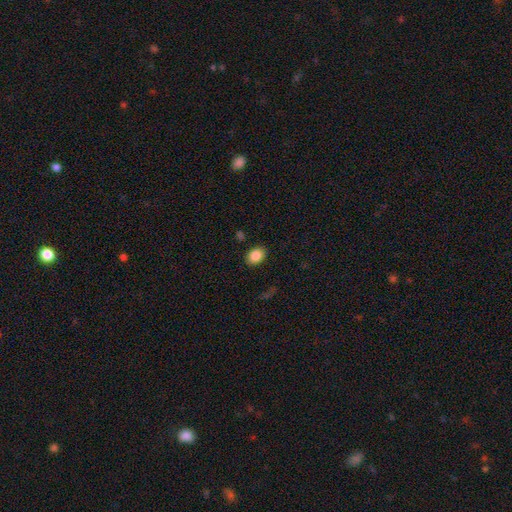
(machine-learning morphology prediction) A smooth galaxy with no disk features (86%) that is in between round and cigar-shaped (73%). Merging: none (88%).